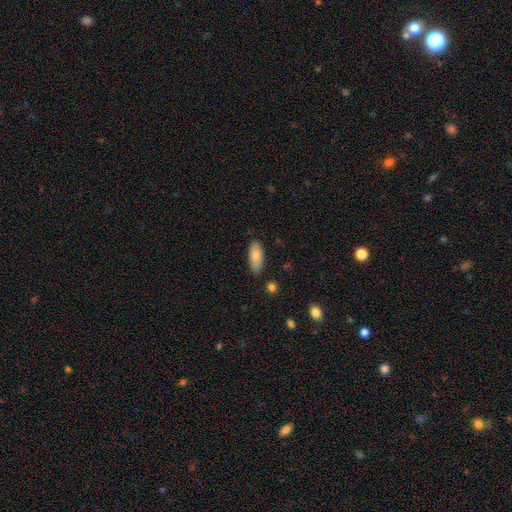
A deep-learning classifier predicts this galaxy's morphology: Smooth or featured? smooth (83%)
How rounded? in between (81%)
Merging? none (80%)